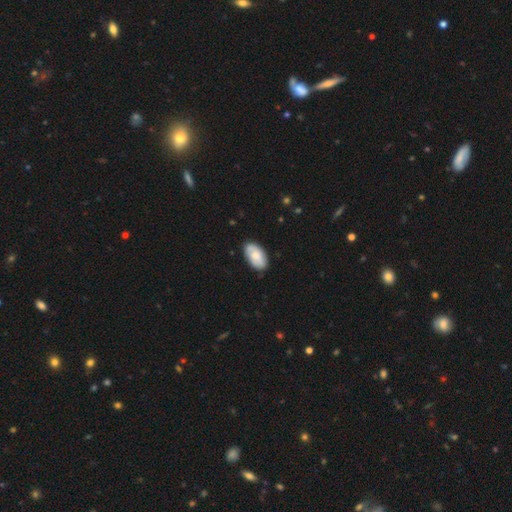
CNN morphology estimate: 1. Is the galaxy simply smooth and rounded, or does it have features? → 62% smooth, 32% featured or disk, 6% star or artifact.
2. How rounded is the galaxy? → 95% in between, 4% round, 2% cigar-shaped.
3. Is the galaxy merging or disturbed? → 81% none, 15% minor disturbance, 3% major disturbance, 1% merger.